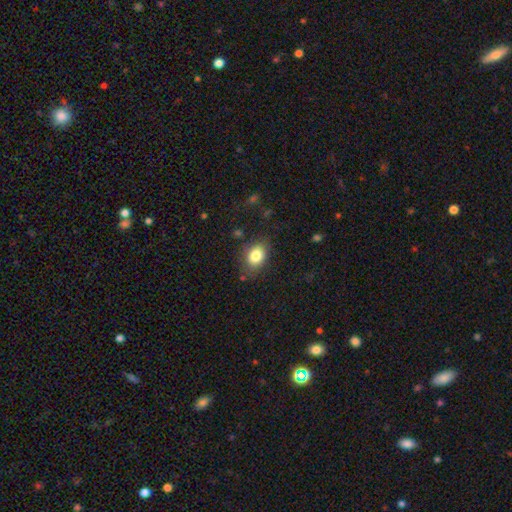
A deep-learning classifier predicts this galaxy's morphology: smooth_or_featured: smooth (p=0.82) [alt: featured or disk p=0.09]
how_rounded: in between (p=0.74) [alt: round p=0.25]
merging: none (p=0.78) [alt: minor disturbance p=0.16]